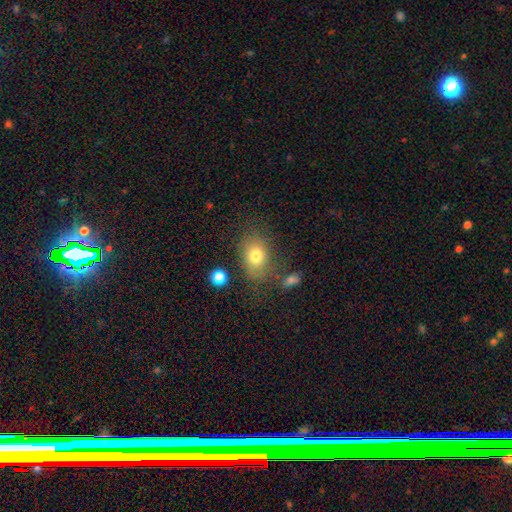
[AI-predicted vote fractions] Morphology: type=smooth (76%); roundness=in between (68%); merging=none (66%).